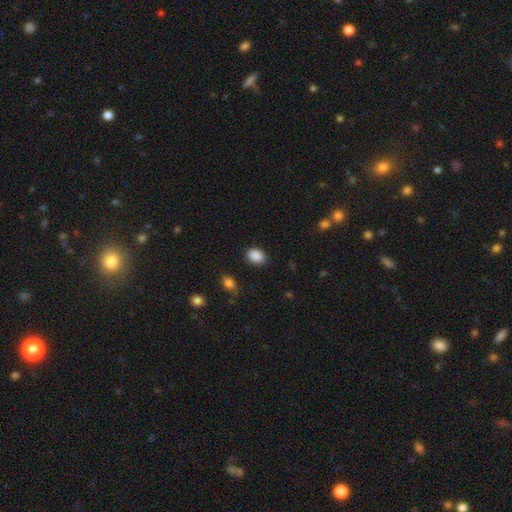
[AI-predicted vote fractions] smooth 89%, star or artifact 8%, featured or disk 3%. Down the decision tree: how rounded — in between (71%); merging — none (85%).